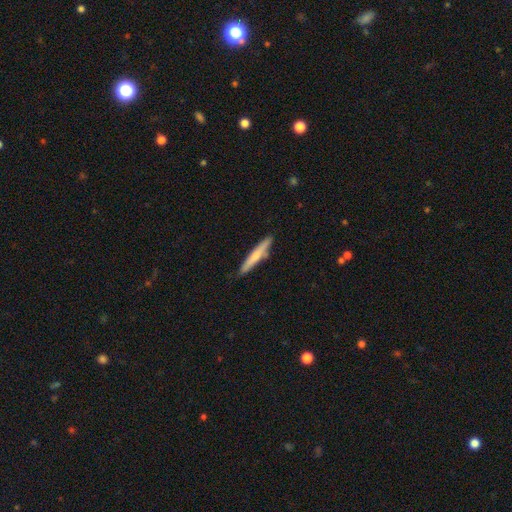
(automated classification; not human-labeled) smooth-or-featured: smooth: 60% | featured or disk: 35% | star or artifact: 5%
  how-rounded: cigar-shaped: 93% | in between: 5% | round: 1%
  merging: none: 81% | minor disturbance: 13% | merger: 4% | major disturbance: 2%